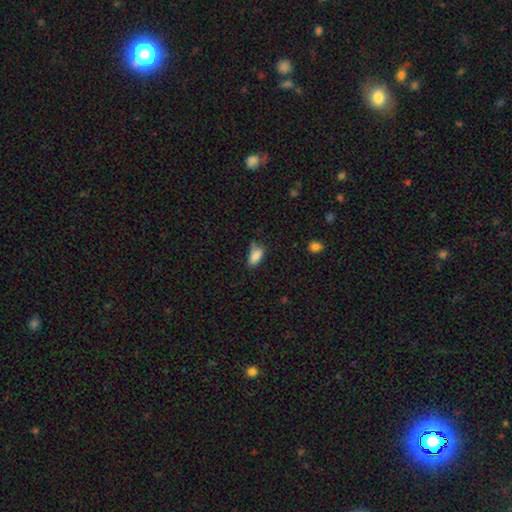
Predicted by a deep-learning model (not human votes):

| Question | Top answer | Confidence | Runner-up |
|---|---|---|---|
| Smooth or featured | smooth | 83% | star or artifact (9%) |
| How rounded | in between | 90% | cigar-shaped (7%) |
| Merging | none | 44% | minor disturbance (36%) |